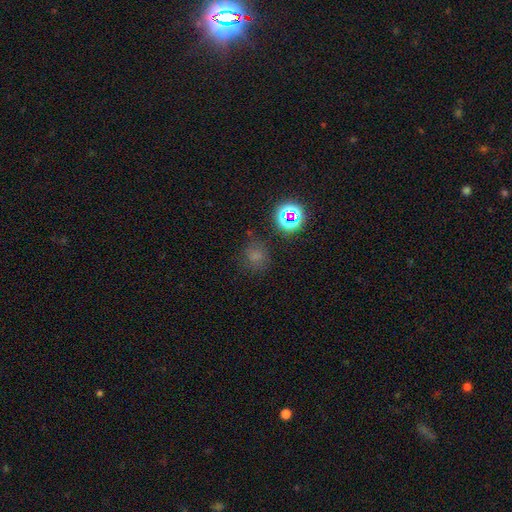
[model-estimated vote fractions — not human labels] Overall: smooth (64%; star or artifact 28%). How rounded: round (80%). Merging: none (76%).